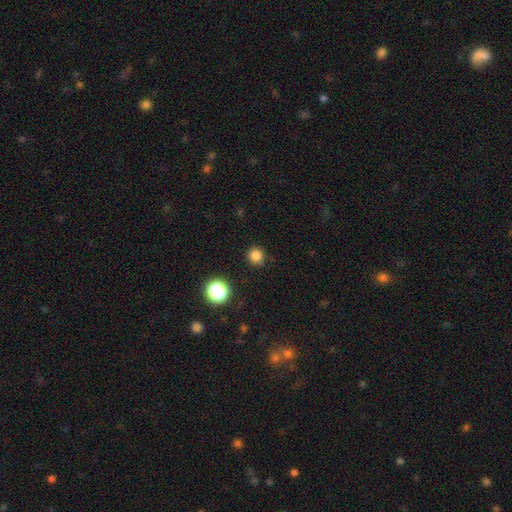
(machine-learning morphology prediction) This is clearly a smooth galaxy (82%). How rounded: clearly round (94%). Merging: clearly none (90%).